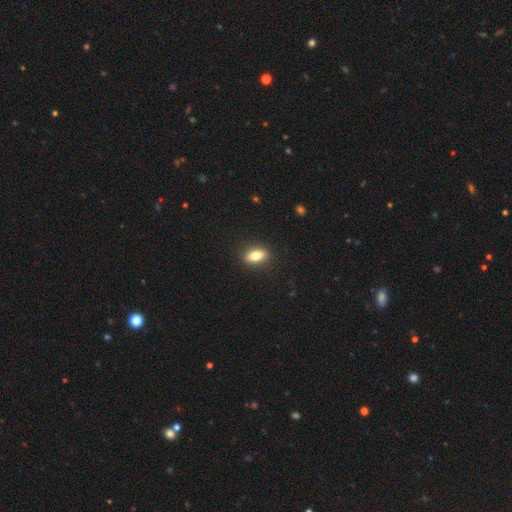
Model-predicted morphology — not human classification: Smooth or featured? Predicted: smooth (p=0.74). How rounded? Predicted: in between (p=0.79). Merging? Predicted: none (p=0.89).